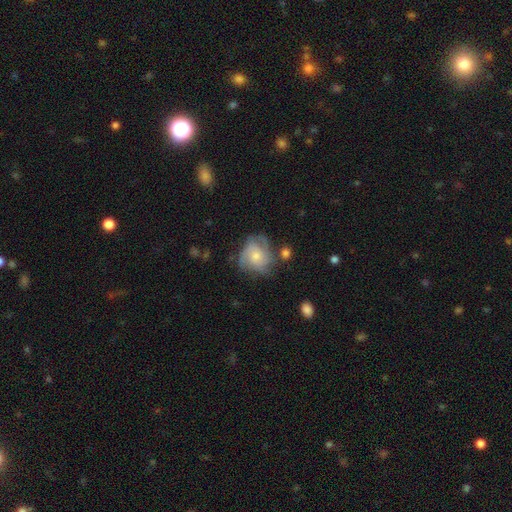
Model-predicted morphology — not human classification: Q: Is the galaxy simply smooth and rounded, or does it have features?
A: featured or disk — 61%.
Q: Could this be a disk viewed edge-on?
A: no — 98%.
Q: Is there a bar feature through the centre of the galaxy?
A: no — 77%.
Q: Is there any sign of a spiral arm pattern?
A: yes — 86%.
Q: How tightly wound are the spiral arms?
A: medium — 42%.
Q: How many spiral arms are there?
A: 3 — 36%.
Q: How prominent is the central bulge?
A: small — 44%, tied with moderate.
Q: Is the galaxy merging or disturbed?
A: none — 57%.